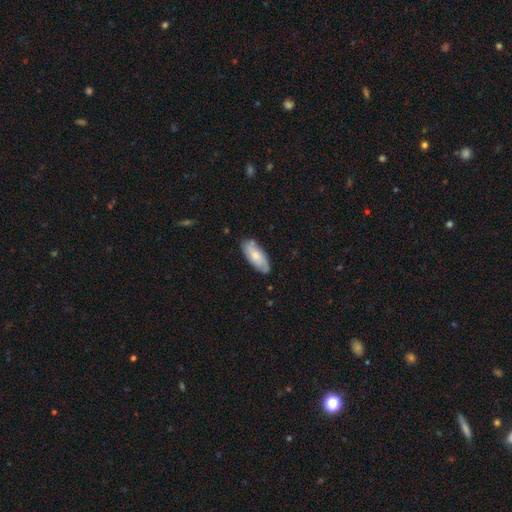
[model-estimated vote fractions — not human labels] Smooth or featured? Predicted: smooth (p=0.56). How rounded? Predicted: in between (p=0.81). Merging? Predicted: none (p=0.78).